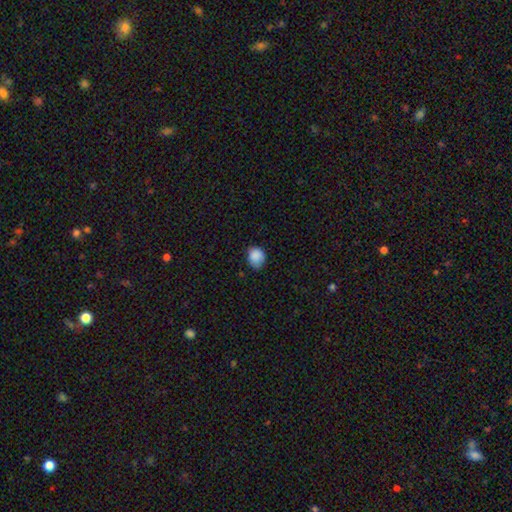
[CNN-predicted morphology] smooth_or_featured: smooth (p=0.87) [alt: star or artifact p=0.08]
how_rounded: round (p=0.62) [alt: in between p=0.38]
merging: none (p=0.63) [alt: minor disturbance p=0.31]